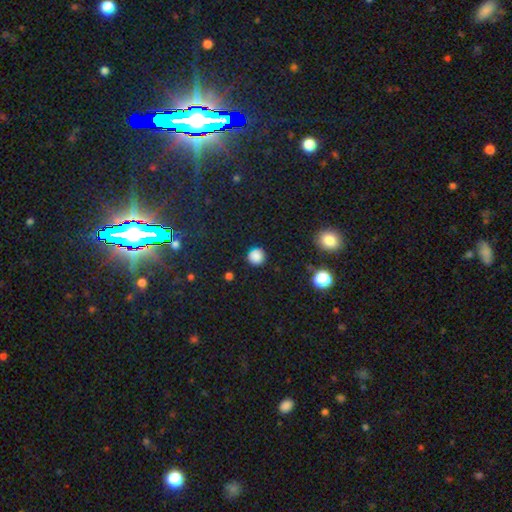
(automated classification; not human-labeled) This is clearly a smooth galaxy (82%). How rounded: clearly round (94%). Merging: clearly none (88%).